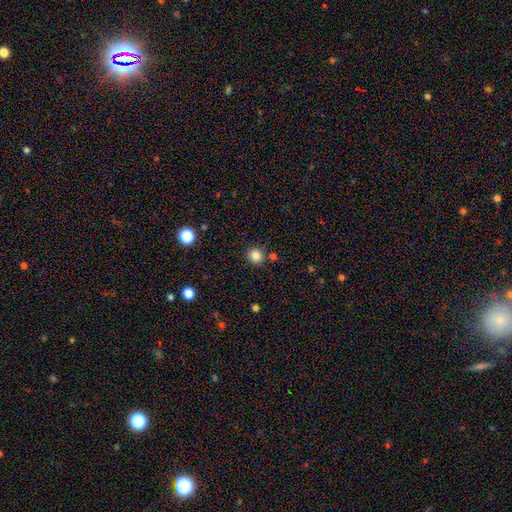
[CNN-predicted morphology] The model was most divided on "smooth or featured": smooth: 83%, star or artifact: 12%, featured or disk: 5%. More confident: how rounded — round (89%); merging — none (85%).